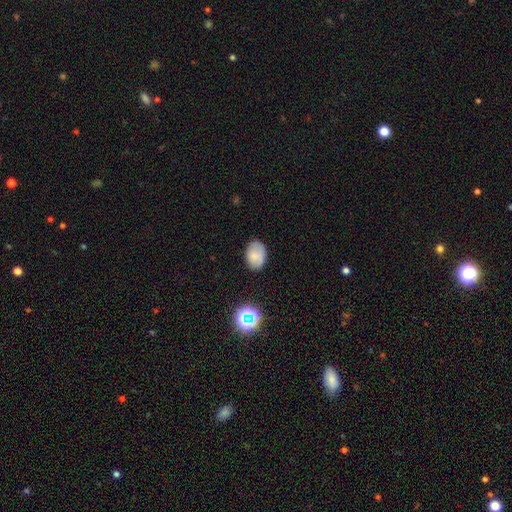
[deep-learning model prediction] smooth_or_featured: smooth (p=0.78) [alt: star or artifact p=0.11]
how_rounded: in between (p=0.77) [alt: round p=0.22]
merging: none (p=0.78) [alt: minor disturbance p=0.17]